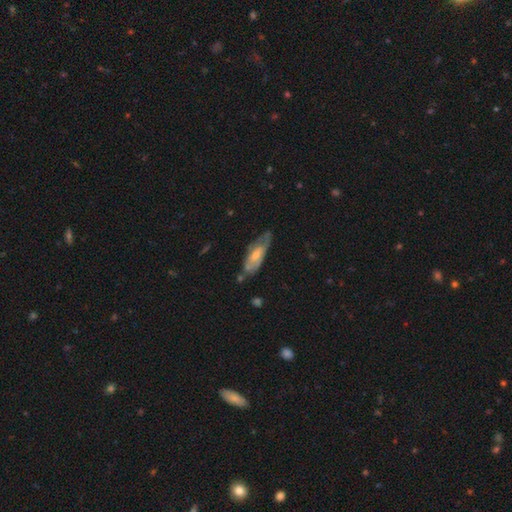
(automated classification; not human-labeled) Q: Smooth or featured?
A: featured or disk (55%); runner-up: smooth (39%)
Q: Edge-on disk?
A: no (78%); runner-up: yes (22%)
Q: Merging?
A: none (52%); runner-up: minor disturbance (30%)